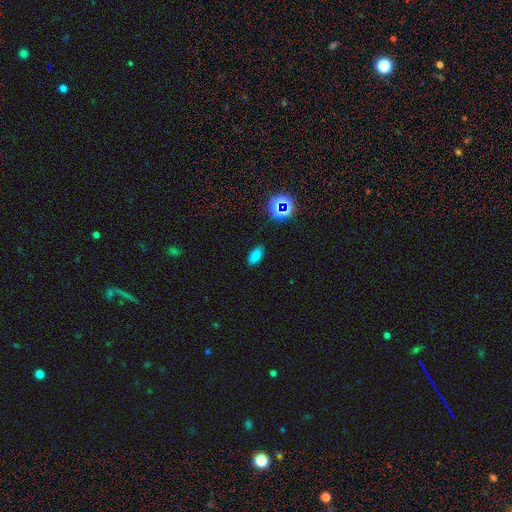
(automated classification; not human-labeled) Morphology: type=smooth (76%); roundness=in between (91%); merging=none (85%).